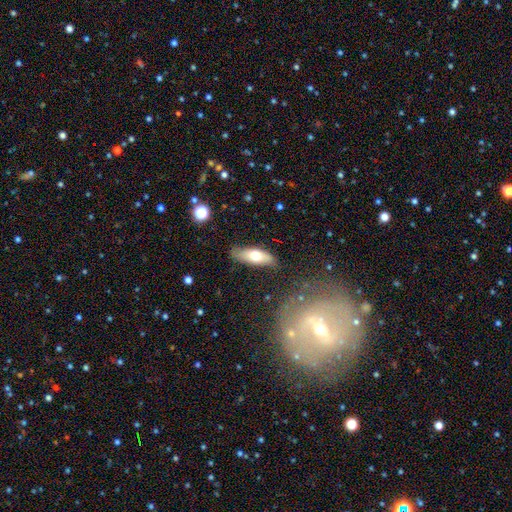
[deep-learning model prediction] Smooth or featured?
  - smooth: 66% *
  - featured or disk: 28%
  - star or artifact: 6%
How rounded?
  - in between: 66% *
  - cigar-shaped: 31%
  - round: 2%
Merging?
  - none: 78% *
  - minor disturbance: 16%
  - major disturbance: 3%
  - merger: 2%